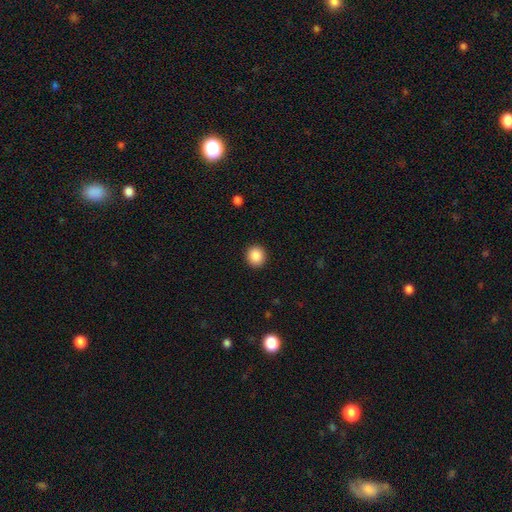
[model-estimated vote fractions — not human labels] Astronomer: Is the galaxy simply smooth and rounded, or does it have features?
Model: smooth — 87%.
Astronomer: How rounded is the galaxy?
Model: round — 90%.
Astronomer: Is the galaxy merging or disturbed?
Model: none — 92%.